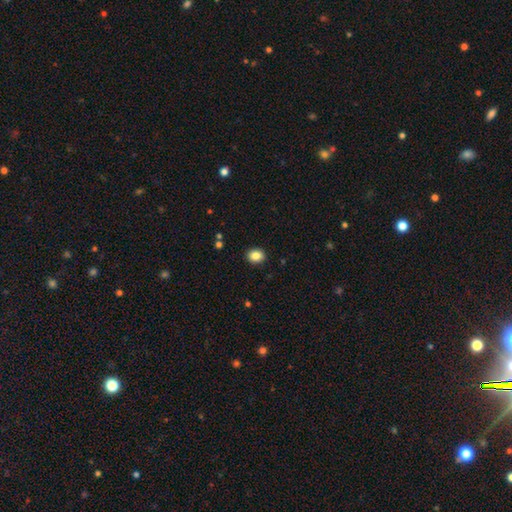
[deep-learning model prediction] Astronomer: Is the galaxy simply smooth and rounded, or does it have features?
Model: smooth — 86%.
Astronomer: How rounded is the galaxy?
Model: round — 59% (runner-up: in between, 40%).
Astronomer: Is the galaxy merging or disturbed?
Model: none — 91%.